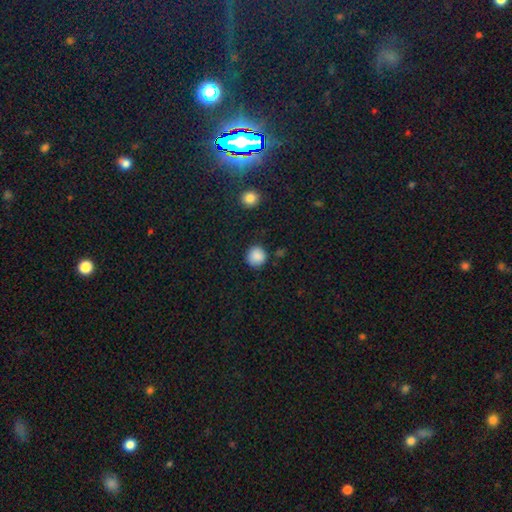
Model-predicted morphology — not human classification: Q: Smooth or featured?
A: smooth (88%); runner-up: star or artifact (9%)
Q: How rounded?
A: round (93%); runner-up: in between (6%)
Q: Merging?
A: none (87%); runner-up: minor disturbance (8%)